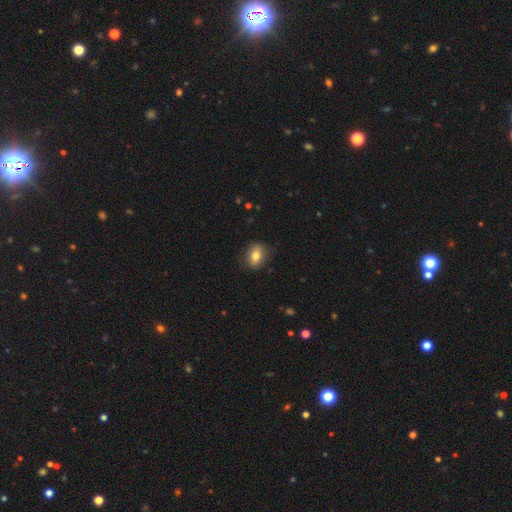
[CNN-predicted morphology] A smooth galaxy with no disk features (76%) that is in between round and cigar-shaped (63%).

Vote fractions:
- Smooth or featured? smooth: 76% / featured or disk: 16% / star or artifact: 8%
- How rounded? in between: 63% / round: 35% / cigar-shaped: 2%
- Merging? none: 84% / minor disturbance: 12% / major disturbance: 3% / merger: 1%